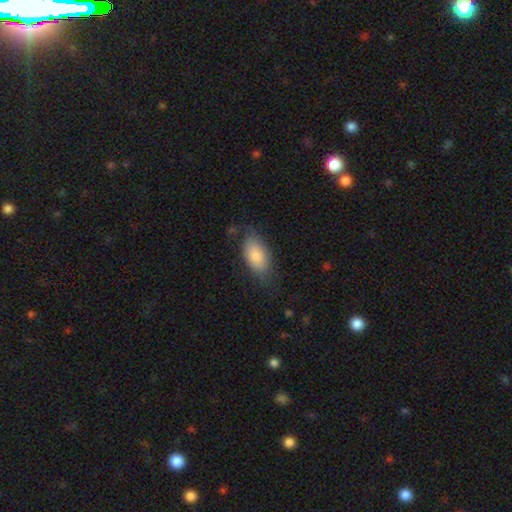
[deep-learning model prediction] smooth_or_featured: smooth (p=0.80) [alt: featured or disk p=0.13]
how_rounded: in between (p=0.92) [alt: round p=0.04]
merging: none (p=0.66) [alt: minor disturbance p=0.24]